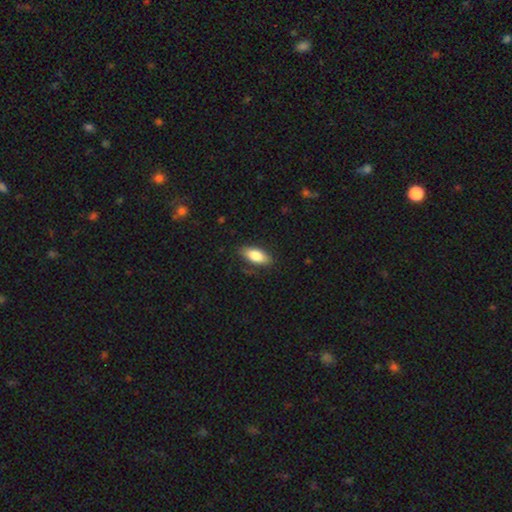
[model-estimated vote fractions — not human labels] Smooth or featured? smooth (81%)
How rounded? in between (83%)
Merging? none (82%)